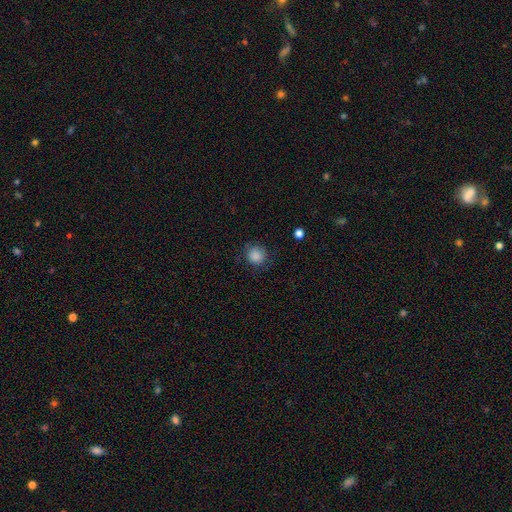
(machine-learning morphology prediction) Overall: smooth (86%). How rounded: round (89%). Merging: none (81%).